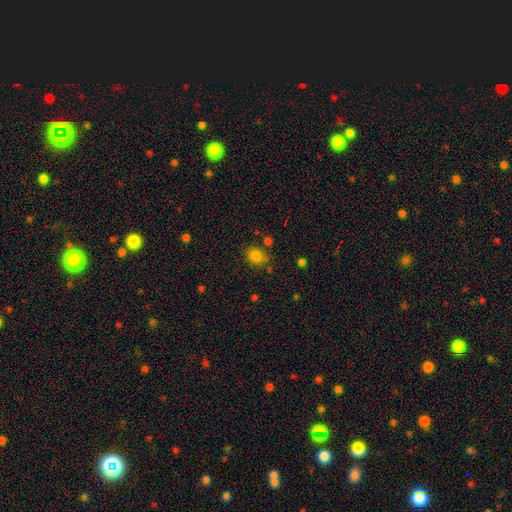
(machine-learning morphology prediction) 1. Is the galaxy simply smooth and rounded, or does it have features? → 81% smooth, 13% star or artifact, 6% featured or disk.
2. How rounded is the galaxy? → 56% round, 43% in between, 1% cigar-shaped.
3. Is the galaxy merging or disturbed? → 72% none, 16% minor disturbance, 7% merger, 5% major disturbance.